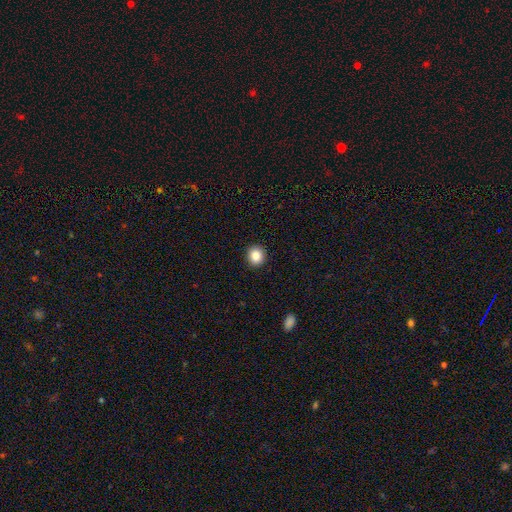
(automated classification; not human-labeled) A smooth galaxy with no disk features (86%) that is round (82%). Merging: none (92%).